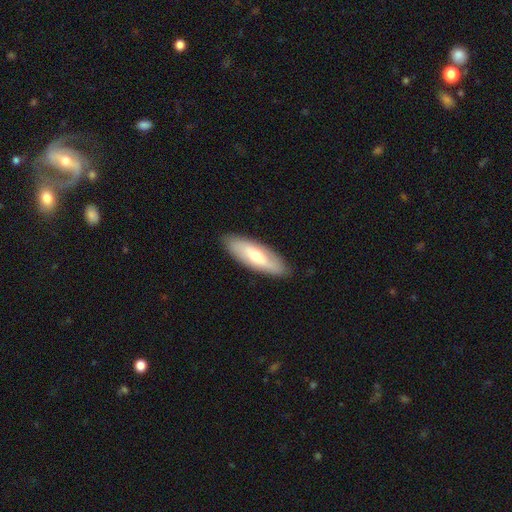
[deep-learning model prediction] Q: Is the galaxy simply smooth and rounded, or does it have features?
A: smooth — 54%.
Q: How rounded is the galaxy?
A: in between — 60%.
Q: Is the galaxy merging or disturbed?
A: none — 88%.